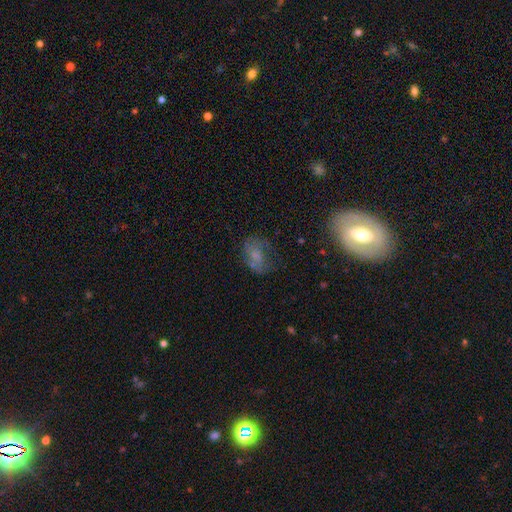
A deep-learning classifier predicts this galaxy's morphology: This is possibly a smooth galaxy (51%). How rounded: likely in between (76%). Merging: marginally none (42%).